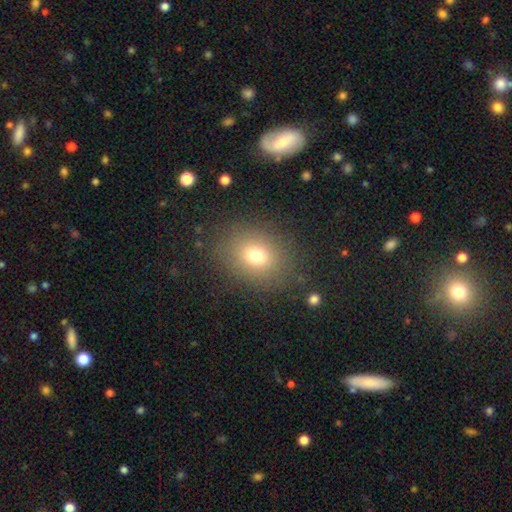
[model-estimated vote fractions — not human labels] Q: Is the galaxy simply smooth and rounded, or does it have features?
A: smooth — 73%.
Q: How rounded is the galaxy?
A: round — 55%.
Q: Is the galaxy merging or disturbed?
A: none — 84%.